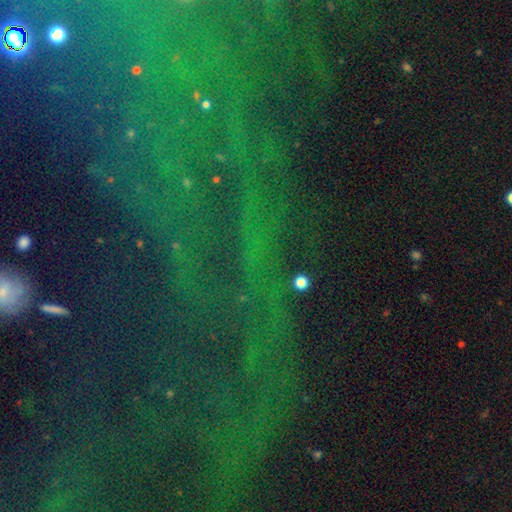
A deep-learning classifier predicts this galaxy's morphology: The model was most divided on "smooth or featured": star or artifact: 81%, featured or disk: 10%, smooth: 9%.